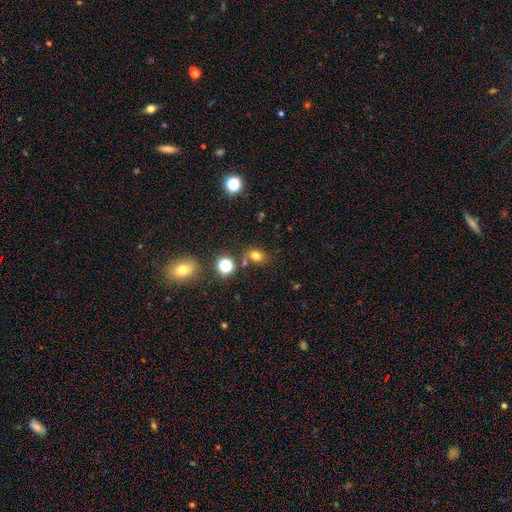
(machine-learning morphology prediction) smooth-or-featured: smooth: 72% | star or artifact: 19% | featured or disk: 8%
  how-rounded: in between: 51% | round: 48% | cigar-shaped: 1%
  merging: none: 68% | minor disturbance: 15% | merger: 12% | major disturbance: 5%